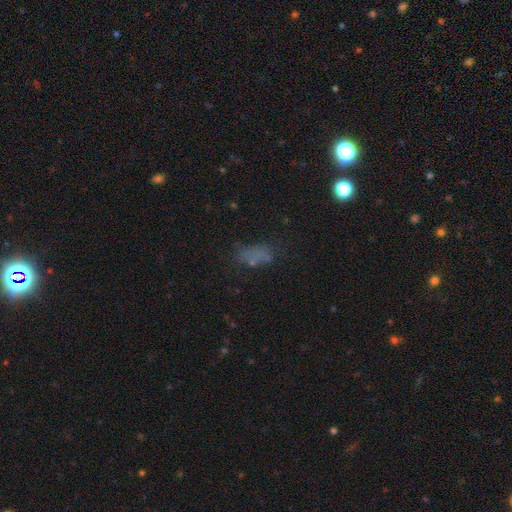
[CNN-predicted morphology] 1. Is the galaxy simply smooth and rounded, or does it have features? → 59% smooth, 23% star or artifact, 18% featured or disk.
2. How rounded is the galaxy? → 79% in between, 13% cigar-shaped, 8% round.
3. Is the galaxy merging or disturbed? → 52% none, 22% minor disturbance, 19% major disturbance, 7% merger.